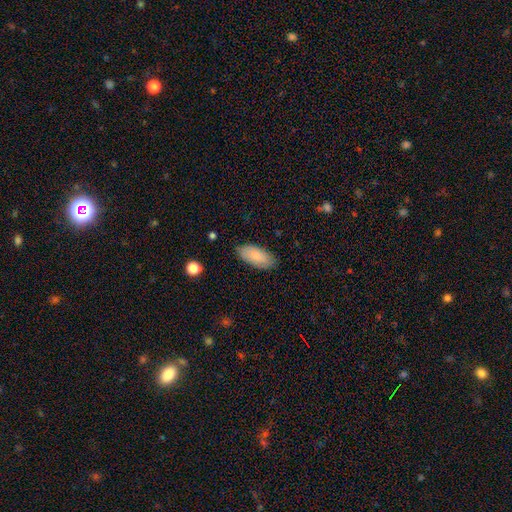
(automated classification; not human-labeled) Overall: smooth (85%). How rounded: in between (92%). Merging: none (84%).